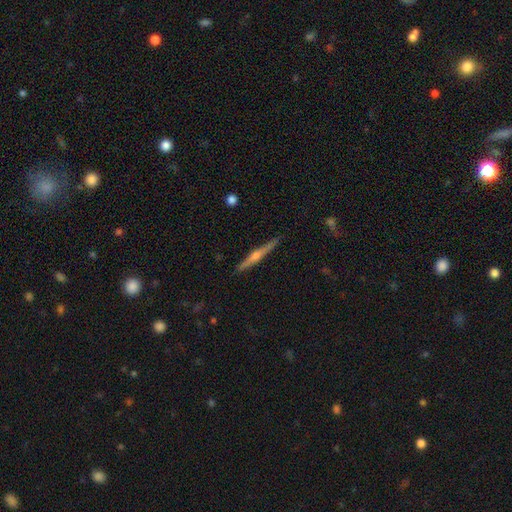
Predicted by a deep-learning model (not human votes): Overall: featured or disk (73%). Edge-on disk: yes (98%). Edge-on bulge: rounded (86%). Merging: none (89%).